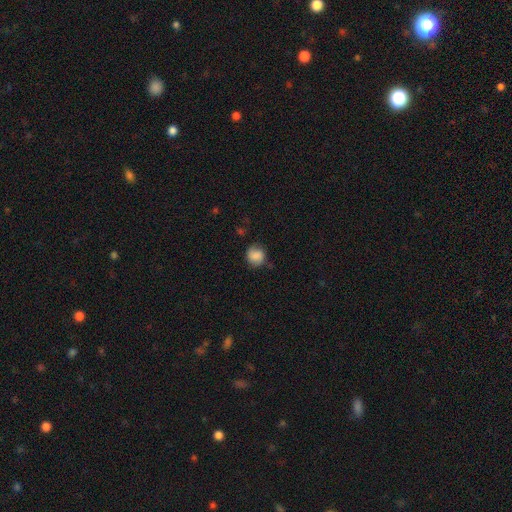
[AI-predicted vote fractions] Overall: smooth (76%). How rounded: round (80%). Merging: none (66%).